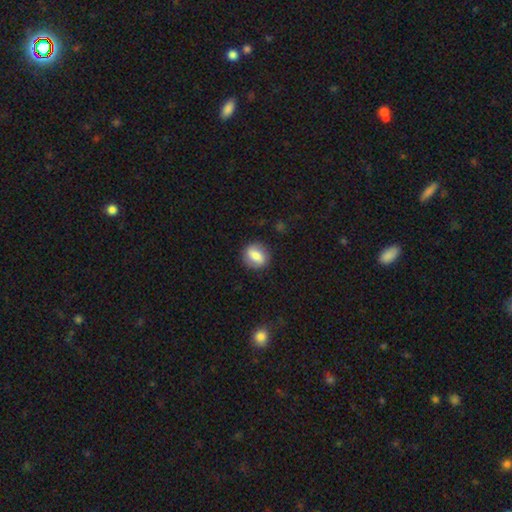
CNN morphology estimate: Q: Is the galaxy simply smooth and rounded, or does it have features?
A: smooth — 63%.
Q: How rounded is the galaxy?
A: round — 63%.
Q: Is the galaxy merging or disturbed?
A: none — 85%.